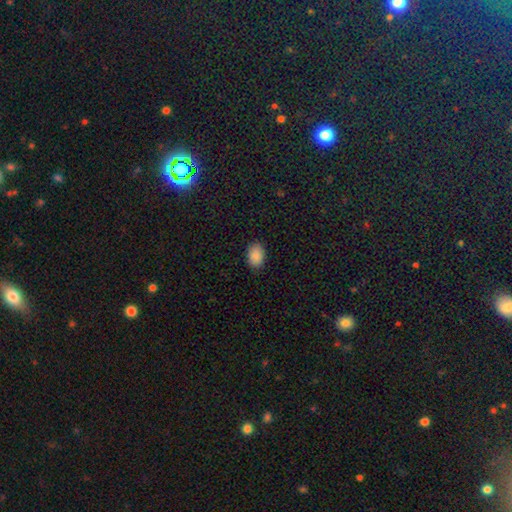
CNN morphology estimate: A smooth galaxy with no disk features (89%) that is in between round and cigar-shaped (83%). Merging: none (88%).